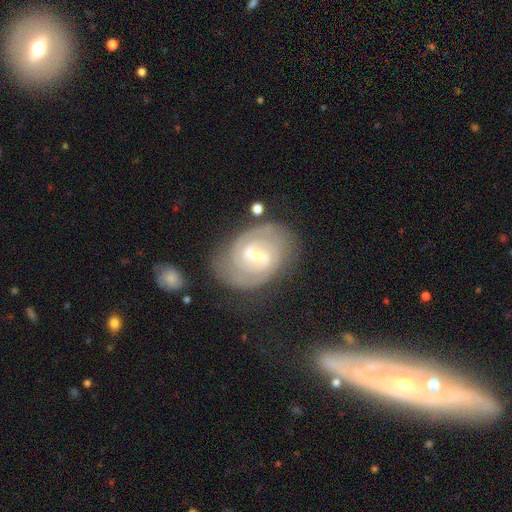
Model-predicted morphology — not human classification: Smooth or featured? Predicted: featured or disk (p=0.84). Edge-on disk? Predicted: no (p=0.97). Bar? Predicted: weak (p=0.52). Spiral arms? Predicted: yes (p=0.95). Spiral winding? Predicted: tight (p=0.59). Spiral arm count? Predicted: 2 (p=0.68). Bulge size? Predicted: small (p=0.52). Merging? Predicted: none (p=0.72).